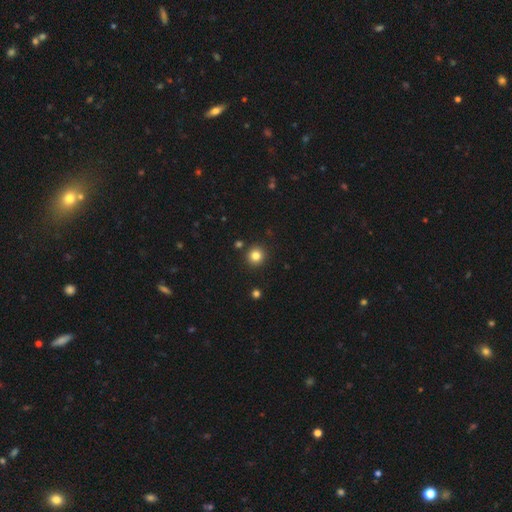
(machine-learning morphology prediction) Smooth or featured: smooth — 83% (star or artifact — 12%)
How rounded: round — 94% (in between — 5%)
Merging: none — 90% (minor disturbance — 5%)